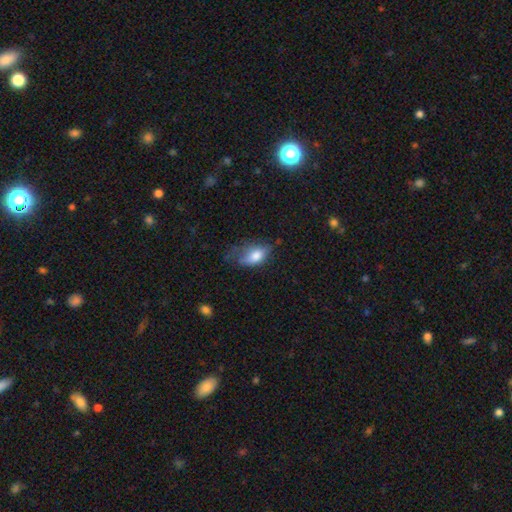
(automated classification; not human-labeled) Overall: smooth (71%). How rounded: in between (88%). Merging: major disturbance (40%; minor disturbance 32%).